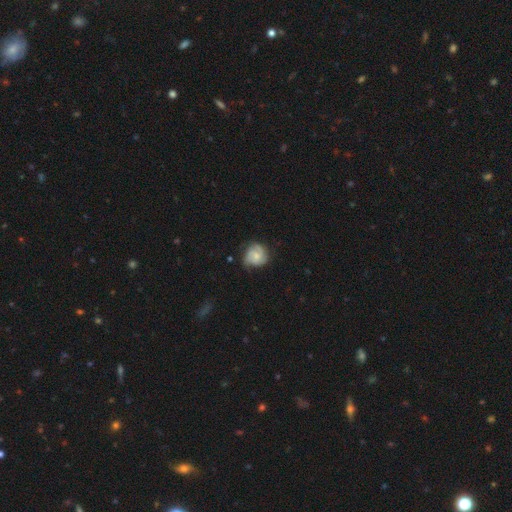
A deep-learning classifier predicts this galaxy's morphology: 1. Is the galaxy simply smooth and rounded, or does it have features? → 52% featured or disk, 41% smooth, 7% star or artifact.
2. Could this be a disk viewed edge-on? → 98% no, 2% yes.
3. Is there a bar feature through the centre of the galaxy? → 74% no, 23% weak, 3% strong.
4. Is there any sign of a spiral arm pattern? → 86% yes, 14% no.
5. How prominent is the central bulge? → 50% small, 38% moderate, 8% none, 3% large, 1% dominant.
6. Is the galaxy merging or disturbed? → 59% none, 29% minor disturbance, 10% major disturbance, 2% merger.